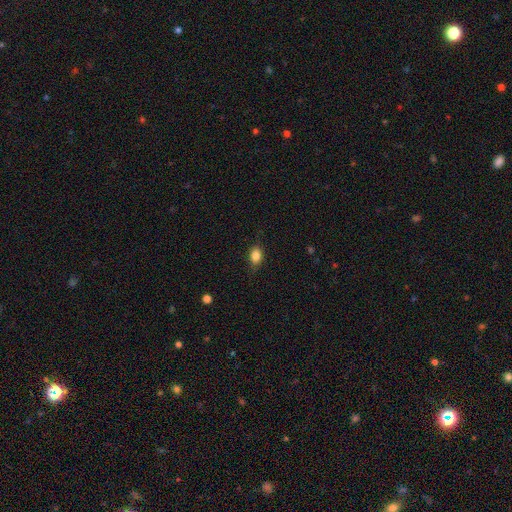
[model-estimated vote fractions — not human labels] A smooth galaxy with no disk features (84%) that is in between round and cigar-shaped (72%). Merging: none (76%).